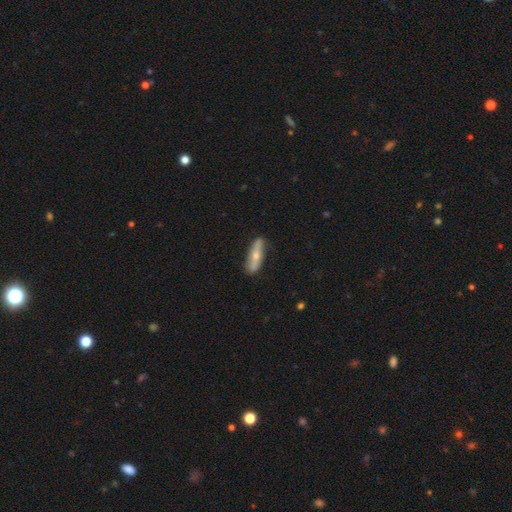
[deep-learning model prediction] This appears to be a featured or disk galaxy (47%, tied with smooth). Merging: none (80%).